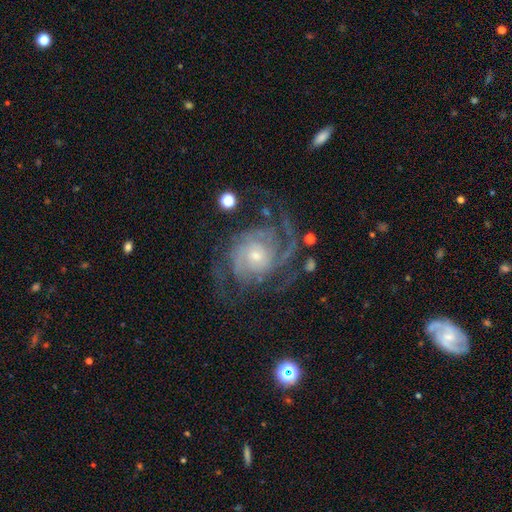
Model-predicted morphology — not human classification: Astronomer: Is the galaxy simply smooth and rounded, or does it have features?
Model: featured or disk — 87%.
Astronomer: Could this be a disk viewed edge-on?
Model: no — 98%.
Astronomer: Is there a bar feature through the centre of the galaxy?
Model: no — 75%.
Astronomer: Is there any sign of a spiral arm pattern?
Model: yes — 95%.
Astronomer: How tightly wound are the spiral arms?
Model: tight — 46% (runner-up: medium, 40%).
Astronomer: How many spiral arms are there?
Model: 2 — 34% (runner-up: can't tell, 22%).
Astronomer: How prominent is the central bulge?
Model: small — 54% (runner-up: moderate, 38%).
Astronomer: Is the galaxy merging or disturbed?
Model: none — 59%.